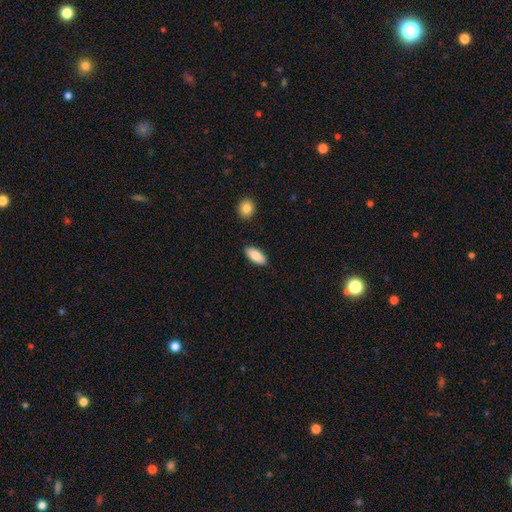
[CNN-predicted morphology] Smooth or featured? smooth (87%)
How rounded? in between (85%)
Merging? none (88%)